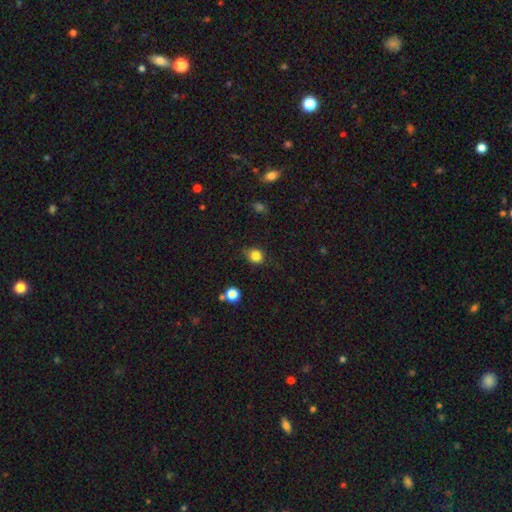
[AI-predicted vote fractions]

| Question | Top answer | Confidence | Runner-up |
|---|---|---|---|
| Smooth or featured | smooth | 83% | star or artifact (11%) |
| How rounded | round | 65% | in between (34%) |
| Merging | none | 73% | minor disturbance (21%) |